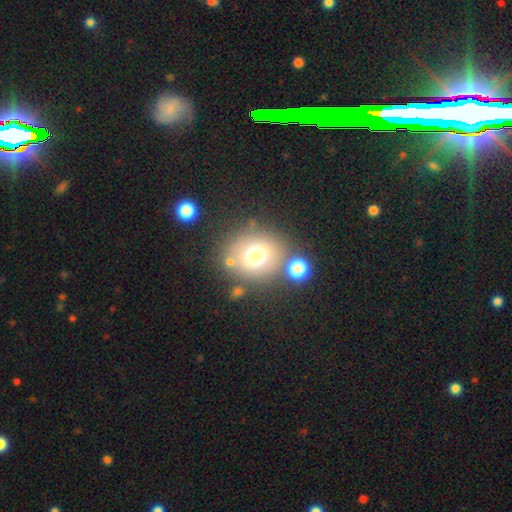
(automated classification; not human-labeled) The model was most divided on "smooth or featured": smooth: 68%, star or artifact: 17%, featured or disk: 15%. More confident: how rounded — round (80%); merging — none (70%).